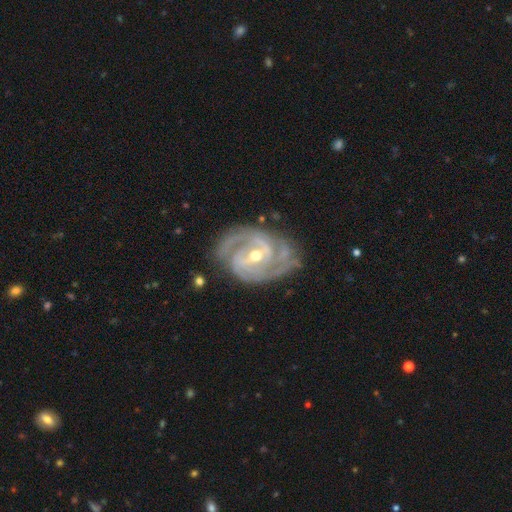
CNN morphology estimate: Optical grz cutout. It shows a featured or disk galaxy (92%) with a weak bar (46%), 2 (43%) tight (61%) spiral arms (98%) and a moderate central bulge (56%). Merging: none (73%).